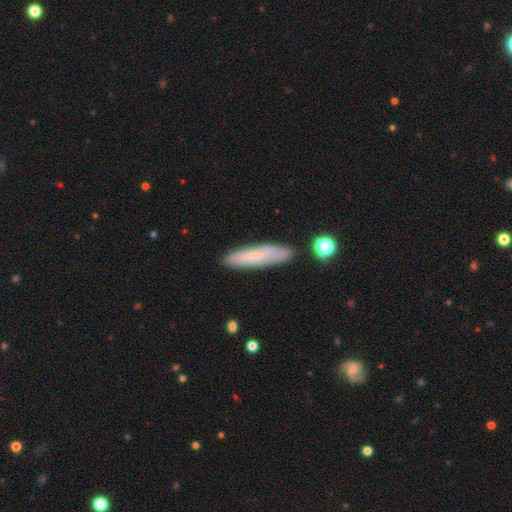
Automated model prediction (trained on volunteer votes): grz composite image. It shows a smooth galaxy with no disk features (62%) that is cigar-shaped (78%). Merging: none (82%).